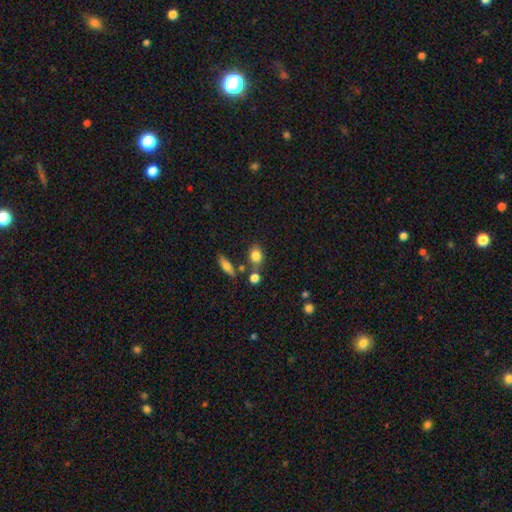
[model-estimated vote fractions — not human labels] A smooth galaxy with no disk features (81%) that is in between round and cigar-shaped (56%).

Vote fractions:
- Smooth or featured? smooth: 81% / star or artifact: 10% / featured or disk: 9%
- How rounded? in between: 56% / round: 41% / cigar-shaped: 3%
- Merging? none: 61% / merger: 20% / minor disturbance: 14% / major disturbance: 5%